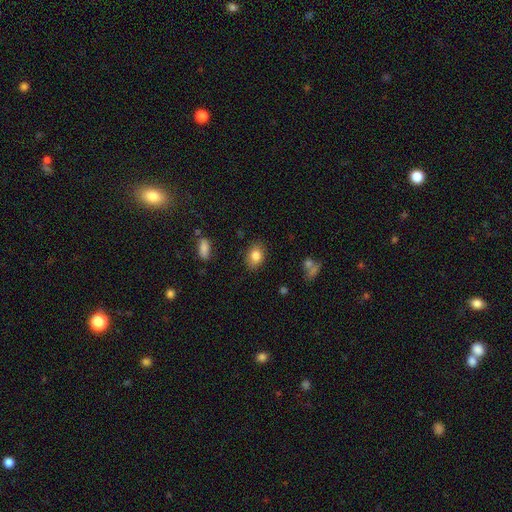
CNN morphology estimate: smooth_or_featured: smooth (p=0.83) [alt: star or artifact p=0.09]
how_rounded: in between (p=0.70) [alt: round p=0.29]
merging: none (p=0.84) [alt: minor disturbance p=0.12]